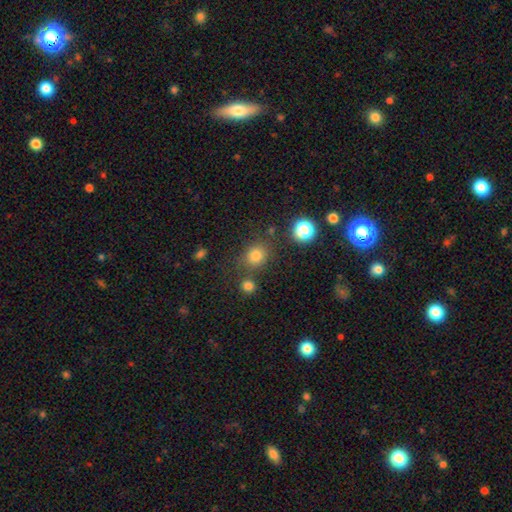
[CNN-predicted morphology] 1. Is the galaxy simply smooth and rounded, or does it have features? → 78% smooth, 15% star or artifact, 6% featured or disk.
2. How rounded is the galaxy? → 75% round, 24% in between, 1% cigar-shaped.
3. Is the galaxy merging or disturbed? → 72% none, 12% minor disturbance, 11% merger, 5% major disturbance.